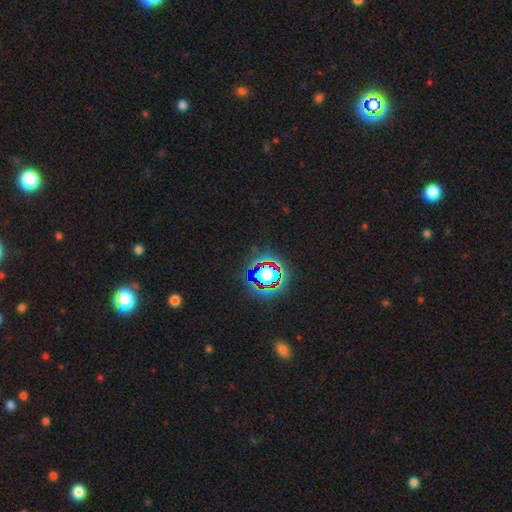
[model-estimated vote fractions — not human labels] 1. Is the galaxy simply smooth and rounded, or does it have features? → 82% star or artifact, 11% smooth, 7% featured or disk.